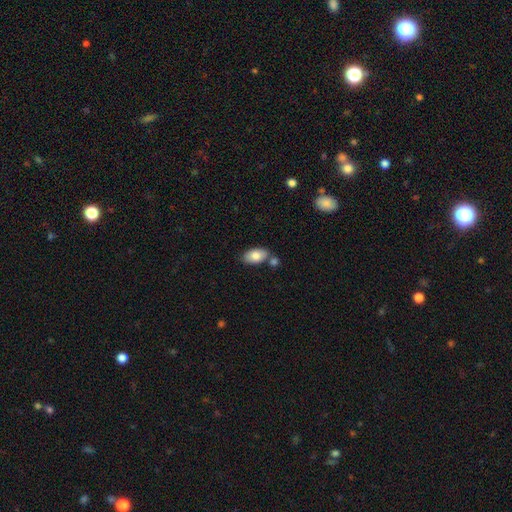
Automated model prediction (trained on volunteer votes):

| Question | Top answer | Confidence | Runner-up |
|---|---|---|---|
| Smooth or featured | smooth | 81% | featured or disk (13%) |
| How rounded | in between | 94% | round (4%) |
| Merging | none | 67% | merger (17%) |